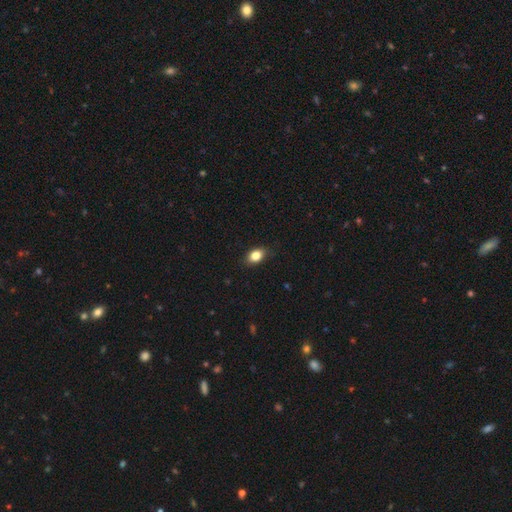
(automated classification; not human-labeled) Q: Smooth or featured?
A: smooth (83%); runner-up: star or artifact (9%)
Q: How rounded?
A: in between (80%); runner-up: round (17%)
Q: Merging?
A: none (85%); runner-up: minor disturbance (12%)